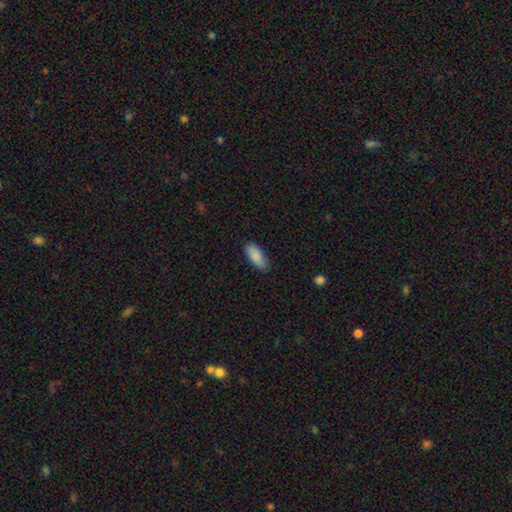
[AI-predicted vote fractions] Q: Smooth or featured?
A: smooth (88%); runner-up: star or artifact (6%)
Q: How rounded?
A: in between (81%); runner-up: cigar-shaped (18%)
Q: Merging?
A: none (79%); runner-up: minor disturbance (17%)